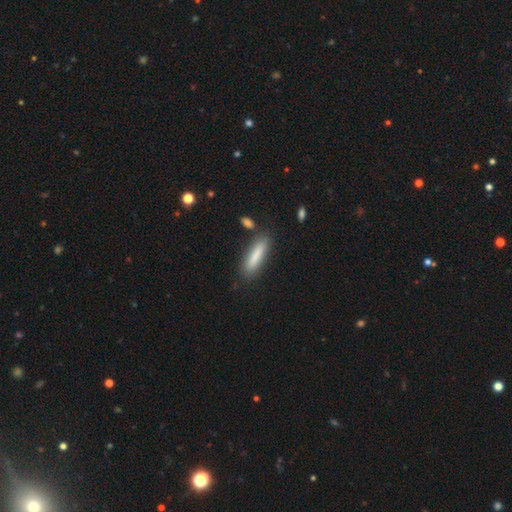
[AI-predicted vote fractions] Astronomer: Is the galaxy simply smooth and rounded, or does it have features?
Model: smooth — 79%.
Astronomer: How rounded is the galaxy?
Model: cigar-shaped — 78%.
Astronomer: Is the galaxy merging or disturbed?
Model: none — 81%.